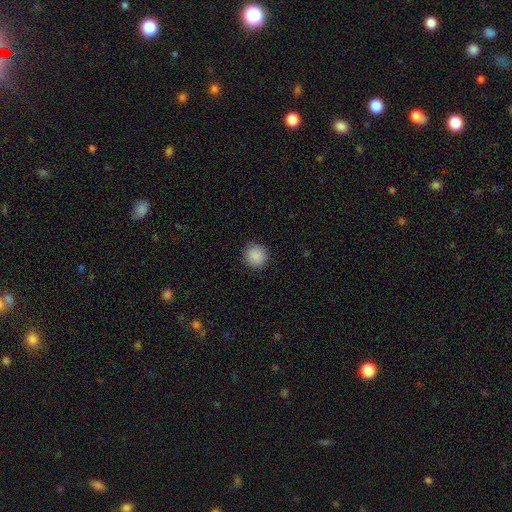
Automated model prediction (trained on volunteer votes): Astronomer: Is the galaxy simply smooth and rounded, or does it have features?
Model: smooth — 89%.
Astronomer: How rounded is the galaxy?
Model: round — 94%.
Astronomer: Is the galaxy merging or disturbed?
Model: none — 92%.